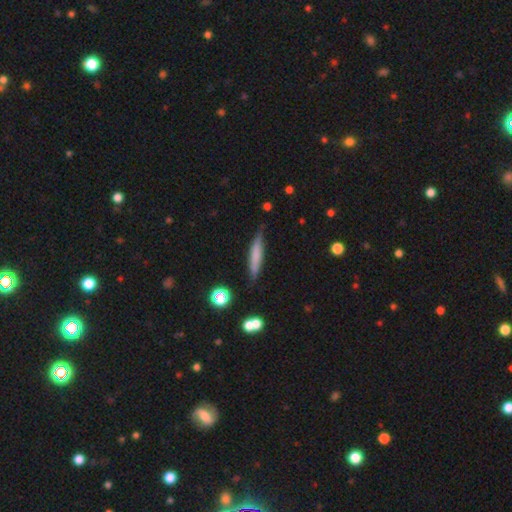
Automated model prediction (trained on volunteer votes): A smooth galaxy with no disk features (69%) that is cigar-shaped (90%).

Vote fractions:
- Smooth or featured? smooth: 69% / featured or disk: 24% / star or artifact: 7%
- How rounded? cigar-shaped: 90% / in between: 8% / round: 2%
- Merging? none: 82% / minor disturbance: 13% / major disturbance: 3% / merger: 2%